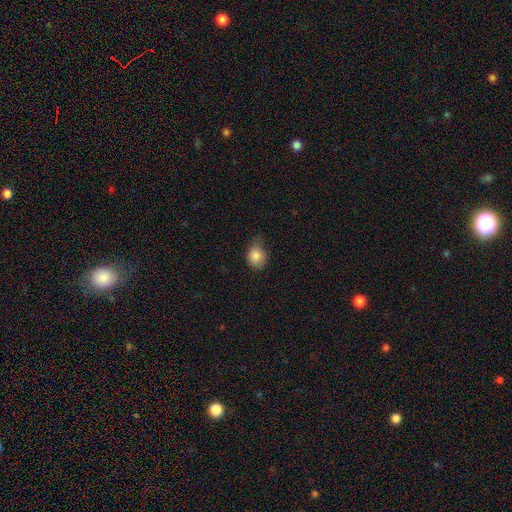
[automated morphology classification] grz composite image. It shows a smooth galaxy with no disk features (84%) that is round (52%). Merging: none (45%).